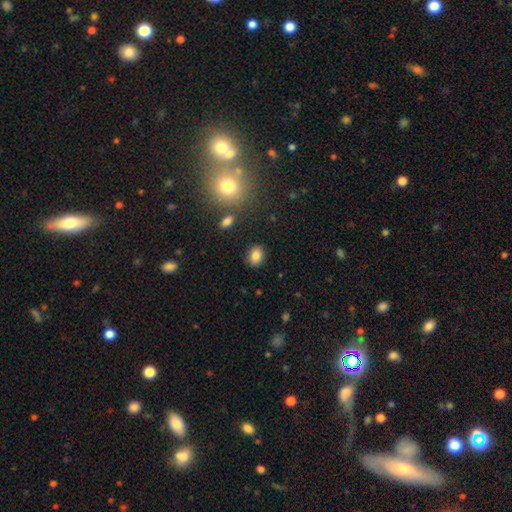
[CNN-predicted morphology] A smooth galaxy with no disk features (85%) that is in between round and cigar-shaped (62%). Merging: none (86%).